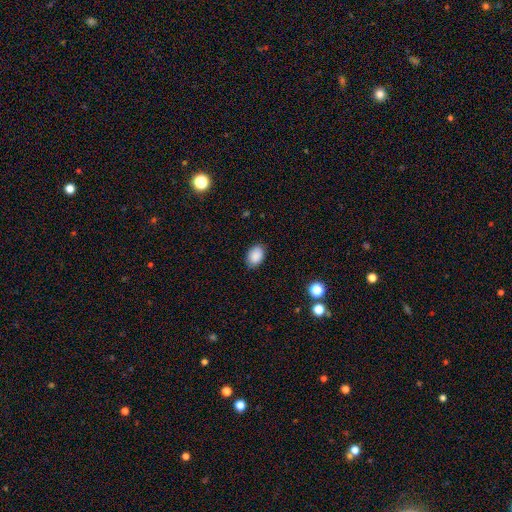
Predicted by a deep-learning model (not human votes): Smooth or featured?
  - smooth: 88% *
  - star or artifact: 8%
  - featured or disk: 4%
How rounded?
  - in between: 81% *
  - round: 18%
  - cigar-shaped: 1%
Merging?
  - none: 83% *
  - minor disturbance: 13%
  - major disturbance: 2%
  - merger: 1%